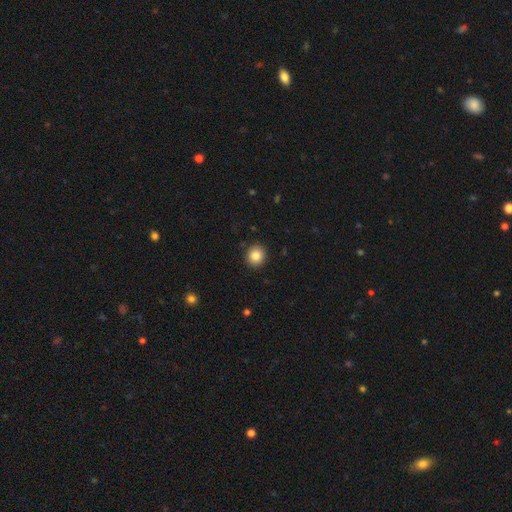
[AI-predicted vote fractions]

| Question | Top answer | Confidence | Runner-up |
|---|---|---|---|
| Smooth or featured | smooth | 84% | star or artifact (10%) |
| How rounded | round | 88% | in between (11%) |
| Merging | none | 91% | minor disturbance (6%) |